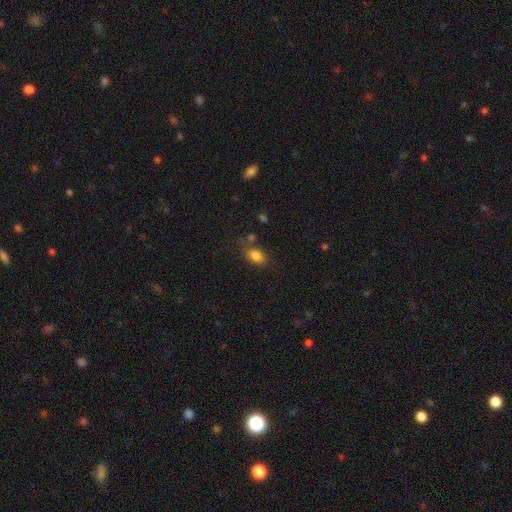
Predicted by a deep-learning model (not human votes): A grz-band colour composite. It shows a smooth galaxy with no disk features (83%) that is in between round and cigar-shaped (80%). Merging: none (70%).